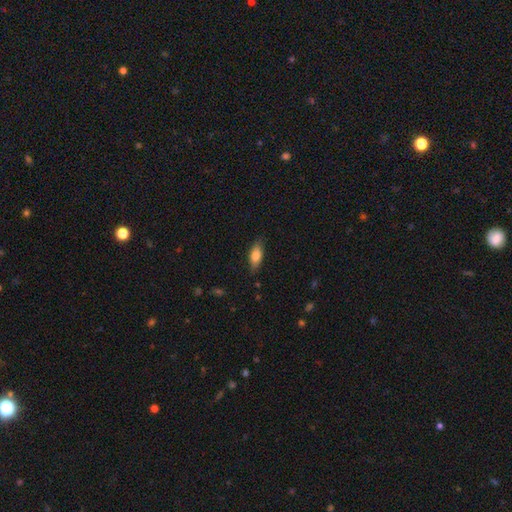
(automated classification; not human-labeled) Smooth or featured? smooth (77%)
How rounded? in between (79%)
Merging? none (82%)